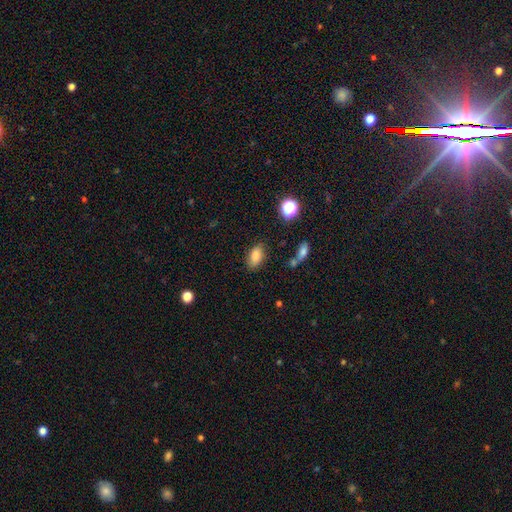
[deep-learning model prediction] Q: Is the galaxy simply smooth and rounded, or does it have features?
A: smooth — 82%.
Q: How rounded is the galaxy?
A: in between — 89%.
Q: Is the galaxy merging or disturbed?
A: none — 80%.